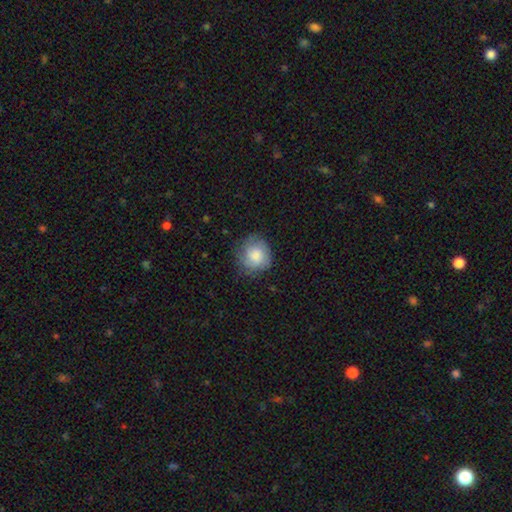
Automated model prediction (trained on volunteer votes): smooth_or_featured: smooth (p=0.69) [alt: featured or disk p=0.24]
how_rounded: round (p=0.84) [alt: in between p=0.15]
merging: none (p=0.71) [alt: minor disturbance p=0.21]